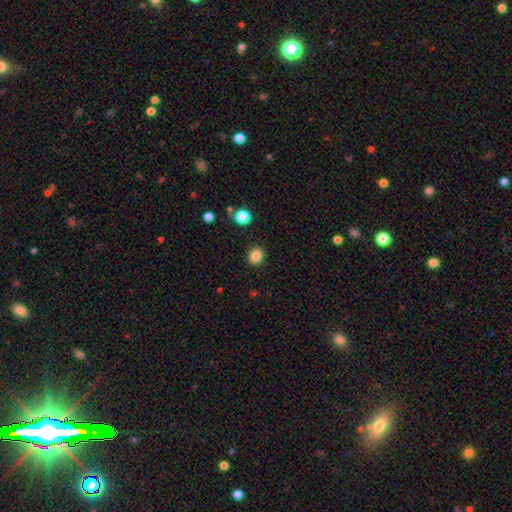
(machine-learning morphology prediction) Overall: smooth (84%). How rounded: round (71%). Merging: none (90%).